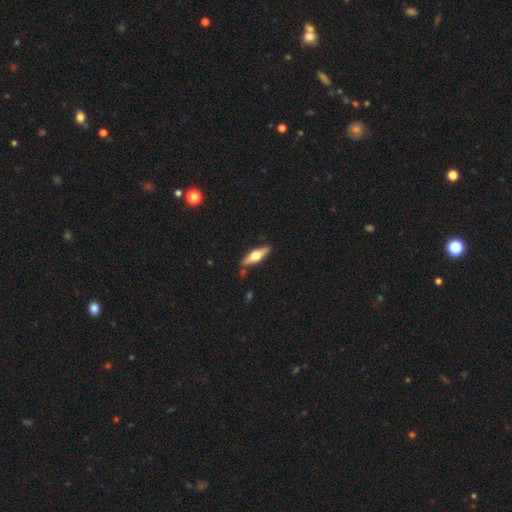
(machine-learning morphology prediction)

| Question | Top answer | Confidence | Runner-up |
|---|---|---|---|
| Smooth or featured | featured or disk | 58% | smooth (37%) |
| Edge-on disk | yes | 93% | no (7%) |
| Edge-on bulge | rounded | 95% | boxy (4%) |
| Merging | none | 84% | minor disturbance (11%) |